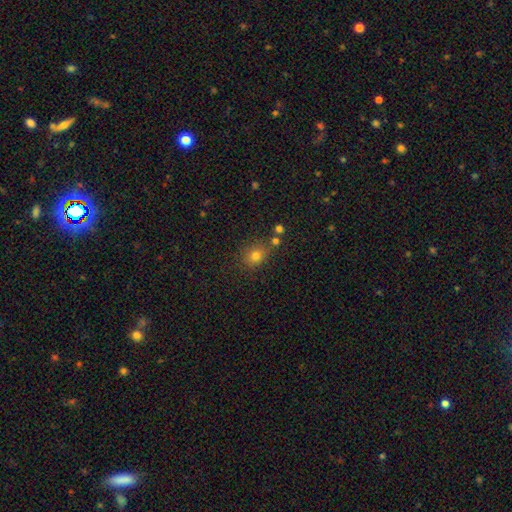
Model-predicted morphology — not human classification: smooth 74%, star or artifact 18%, featured or disk 9%. Down the decision tree: how rounded — round (65%); merging — none (74%).